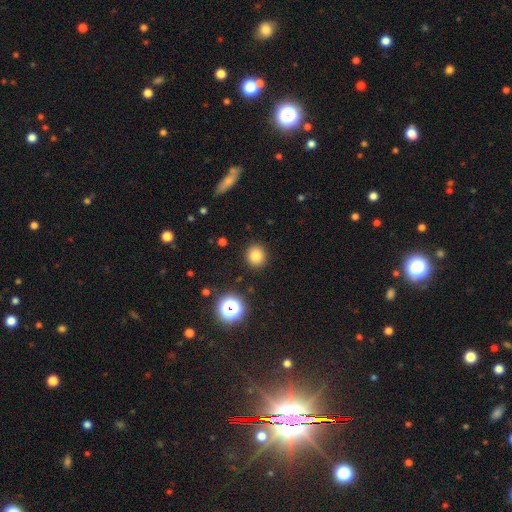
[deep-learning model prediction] The model was most divided on "smooth or featured": smooth: 81%, star or artifact: 14%, featured or disk: 5%. More confident: merging — none (90%); how rounded — round (86%).